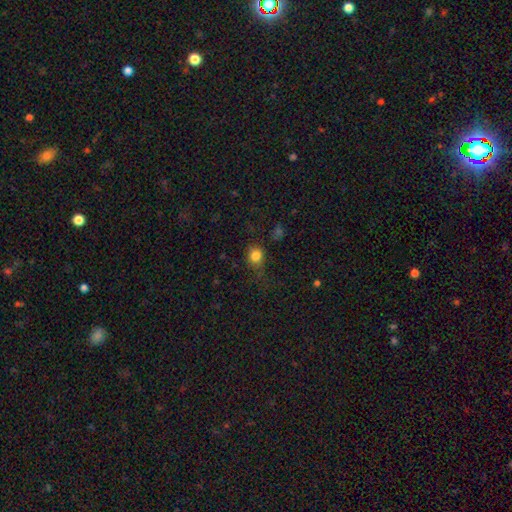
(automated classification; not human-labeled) This is clearly a smooth galaxy (80%). How rounded: likely round (71%). Merging: likely none (66%).